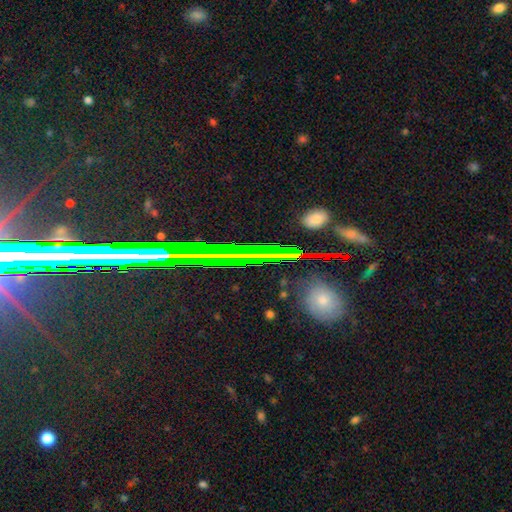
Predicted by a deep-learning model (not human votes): Smooth or featured? star or artifact (55%)